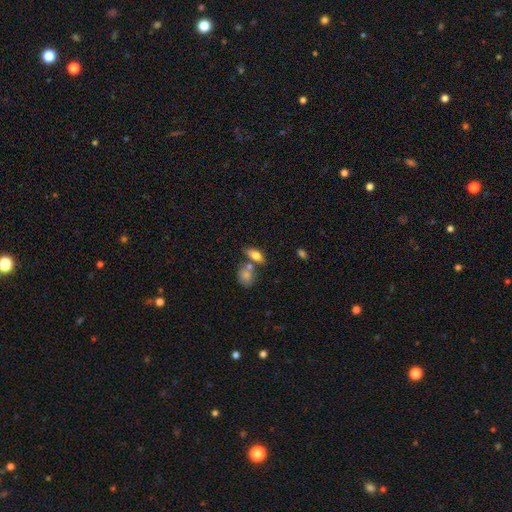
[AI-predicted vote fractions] A smooth galaxy with no disk features (75%) that is in between round and cigar-shaped (80%). Merging: none (55%).